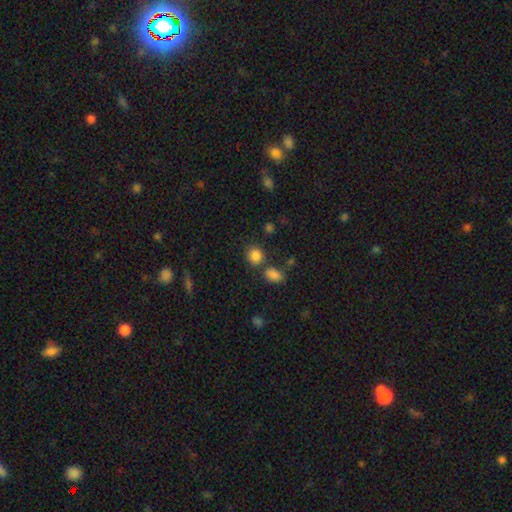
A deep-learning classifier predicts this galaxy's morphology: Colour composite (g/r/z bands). It shows a smooth galaxy with no disk features (84%) that is round (75%). Merging: none (68%).